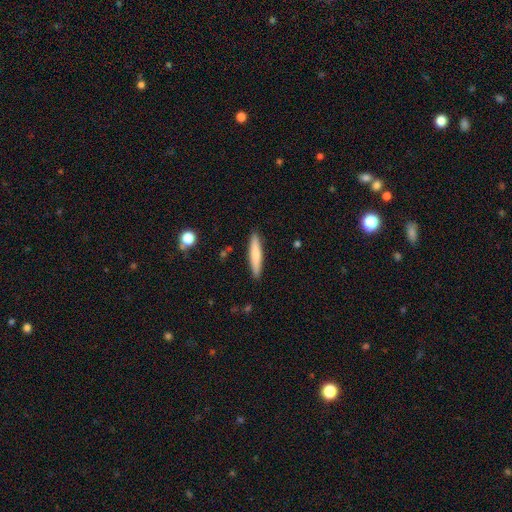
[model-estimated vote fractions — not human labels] This is likely a smooth galaxy (74%). How rounded: clearly cigar-shaped (90%). Merging: clearly none (90%).